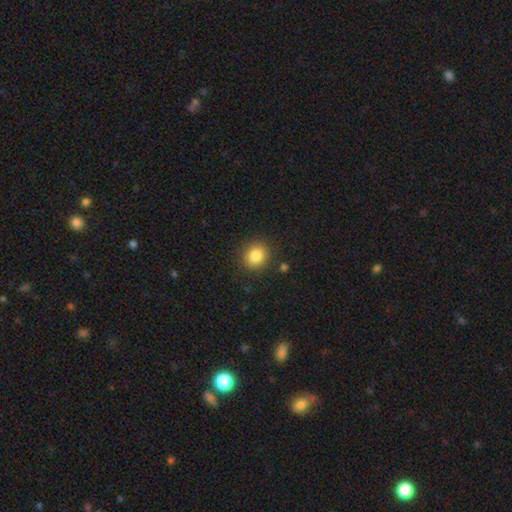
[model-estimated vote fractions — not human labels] A smooth galaxy with no disk features (85%) that is round (80%). Merging: none (87%).